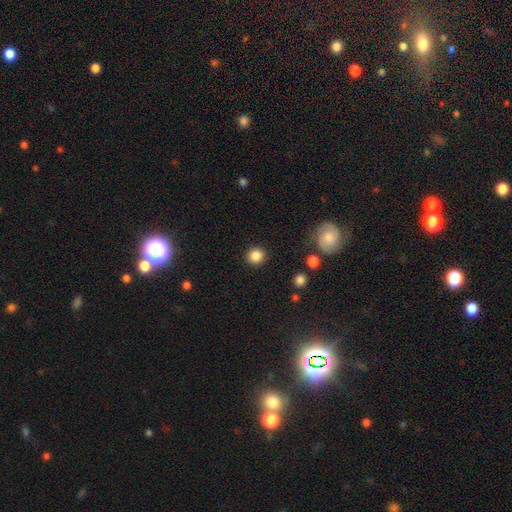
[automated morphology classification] smooth_or_featured: smooth (p=0.86) [alt: star or artifact p=0.10]
how_rounded: round (p=0.89) [alt: in between p=0.10]
merging: none (p=0.91) [alt: minor disturbance p=0.06]